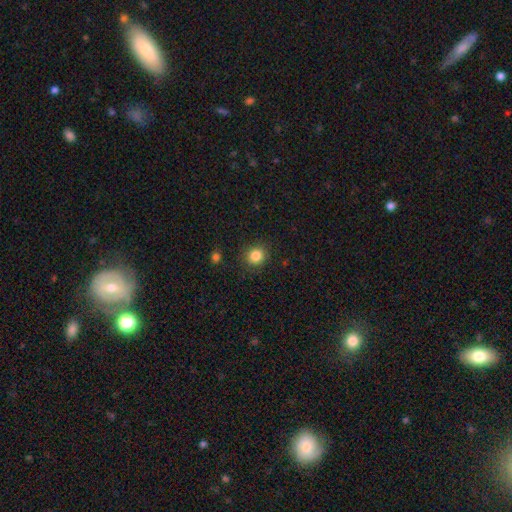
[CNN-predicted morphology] This is clearly a smooth galaxy (85%). How rounded: clearly round (85%). Merging: clearly none (89%).